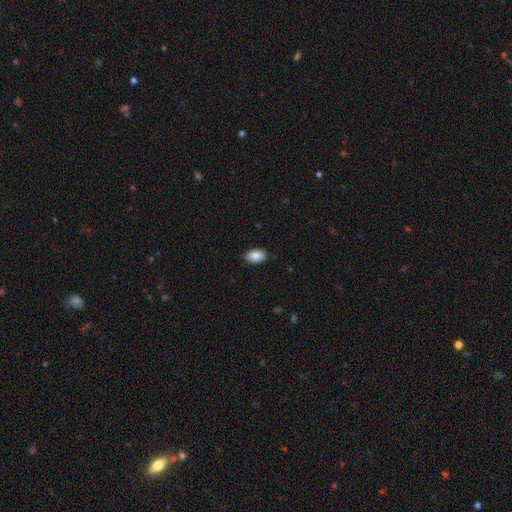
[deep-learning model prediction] Smooth or featured? Predicted: smooth (p=0.87). How rounded? Predicted: in between (p=0.91). Merging? Predicted: none (p=0.88).